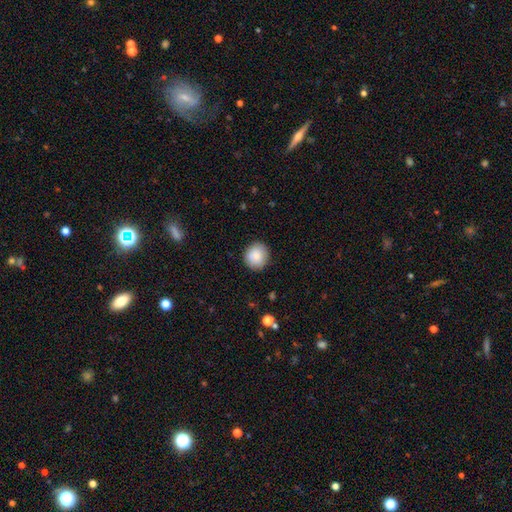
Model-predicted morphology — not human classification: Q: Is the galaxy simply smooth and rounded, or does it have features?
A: smooth — 86%.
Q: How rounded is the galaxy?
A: round — 87%.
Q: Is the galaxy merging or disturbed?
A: none — 89%.